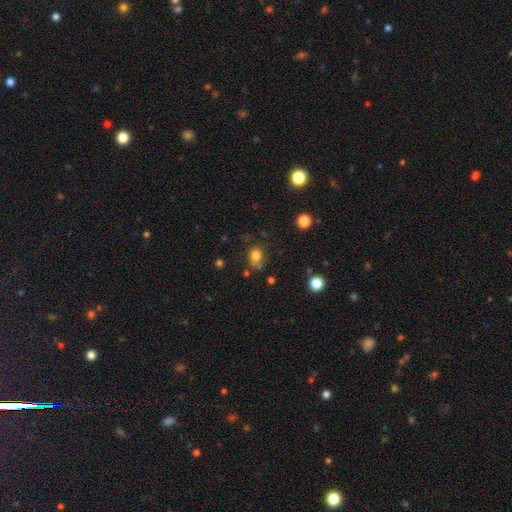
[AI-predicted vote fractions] Morphology: type=smooth (78%); roundness=round (57%); merging=none (60%).